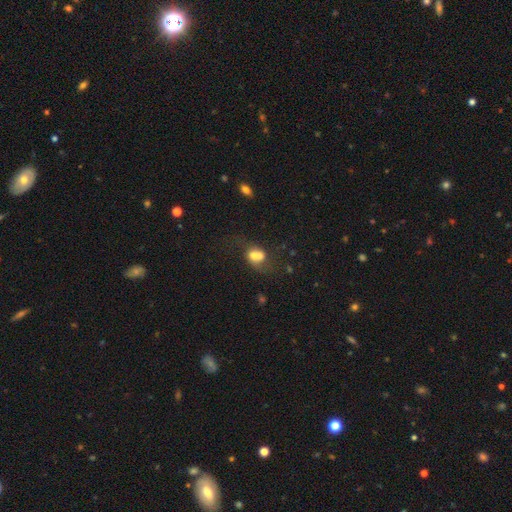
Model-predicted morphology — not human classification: smooth 64%, featured or disk 25%, star or artifact 12%. Down the decision tree: how rounded — round (53%); merging — merger (62%).